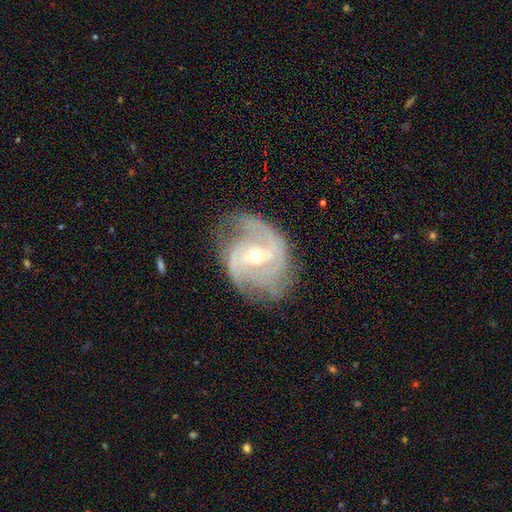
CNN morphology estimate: featured or disk 89%, smooth 6%, star or artifact 5%. Down the decision tree: edge-on disk — no (97%); bar — weak (48%); spiral arms — yes (96%); spiral arm count — 2 (65%); spiral winding — medium (49%); bulge size — small (63%); merging — none (64%).